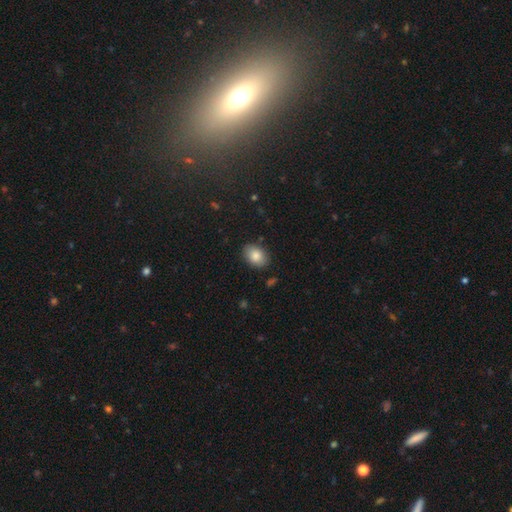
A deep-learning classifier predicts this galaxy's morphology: smooth 85%, star or artifact 8%, featured or disk 7%. Down the decision tree: how rounded — in between (77%); merging — none (87%).